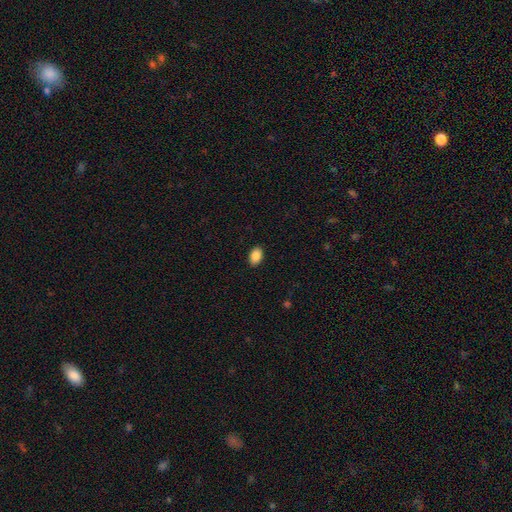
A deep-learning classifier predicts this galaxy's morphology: A smooth galaxy with no disk features (88%) that is in between round and cigar-shaped (89%). Merging: none (89%).